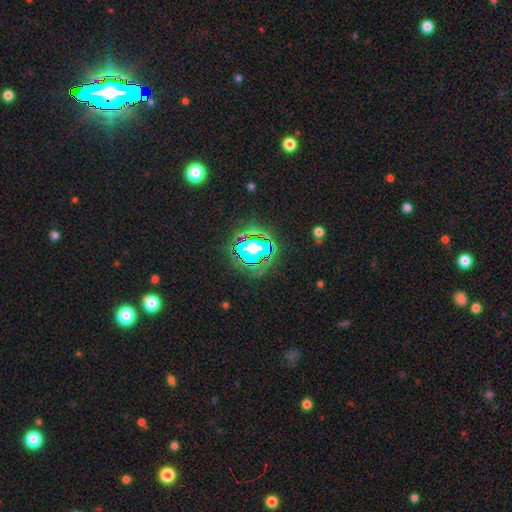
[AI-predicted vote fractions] A star or artifact, not a galaxy (78%).

Vote fractions:
- Smooth or featured? star or artifact: 78% / smooth: 14% / featured or disk: 8%